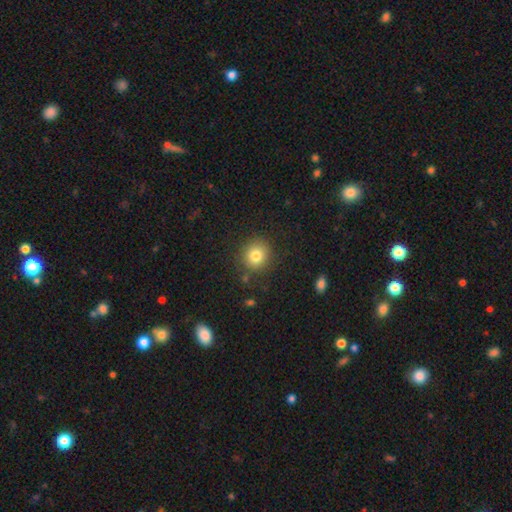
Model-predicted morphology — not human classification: smooth_or_featured: smooth (p=0.81) [alt: star or artifact p=0.12]
how_rounded: round (p=0.87) [alt: in between p=0.12]
merging: none (p=0.86) [alt: minor disturbance p=0.09]